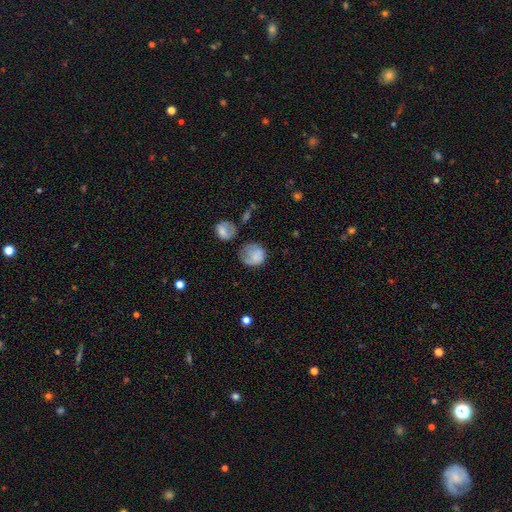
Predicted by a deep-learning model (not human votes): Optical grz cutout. It shows a smooth galaxy with no disk features (69%) that is round (71%). Merging: none (37%).